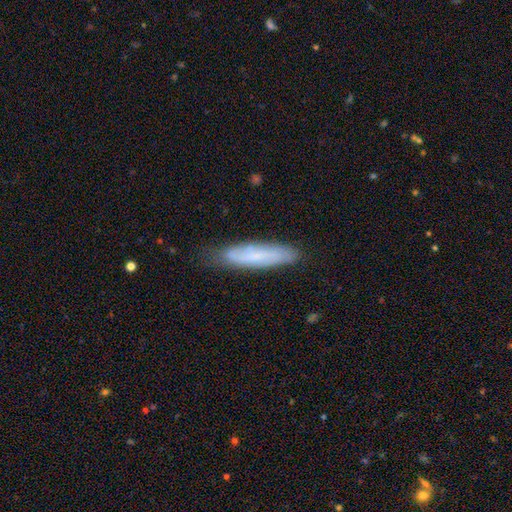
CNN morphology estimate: Smooth or featured: smooth — 59% (featured or disk — 33%)
How rounded: cigar-shaped — 79% (in between — 20%)
Merging: none — 75% (minor disturbance — 20%)